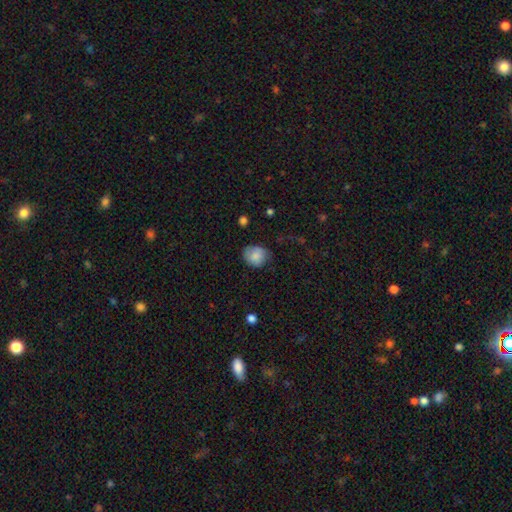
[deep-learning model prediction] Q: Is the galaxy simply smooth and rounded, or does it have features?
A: smooth — 82%.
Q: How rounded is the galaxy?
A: round — 66%.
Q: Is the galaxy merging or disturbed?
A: none — 67%.